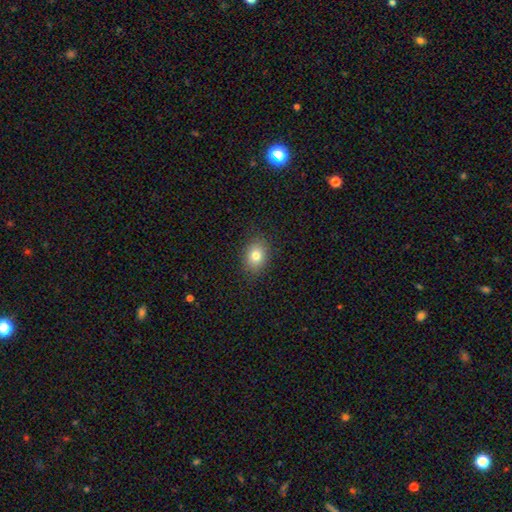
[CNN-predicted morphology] smooth_or_featured: smooth (p=0.80) [alt: star or artifact p=0.11]
how_rounded: in between (p=0.64) [alt: round p=0.35]
merging: none (p=0.87) [alt: minor disturbance p=0.09]